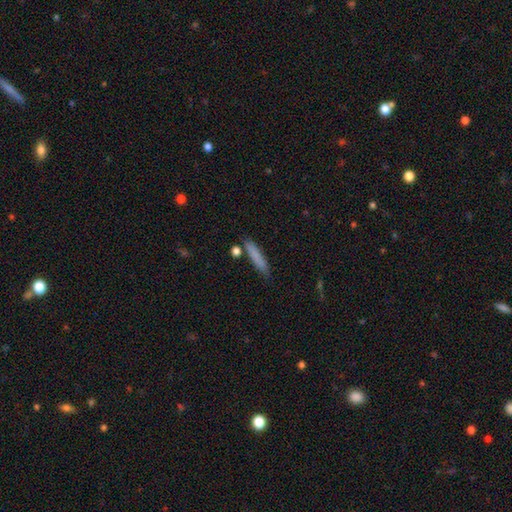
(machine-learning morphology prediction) Q: Smooth or featured?
A: smooth (79%); runner-up: featured or disk (13%)
Q: How rounded?
A: cigar-shaped (88%); runner-up: in between (10%)
Q: Merging?
A: none (80%); runner-up: minor disturbance (12%)